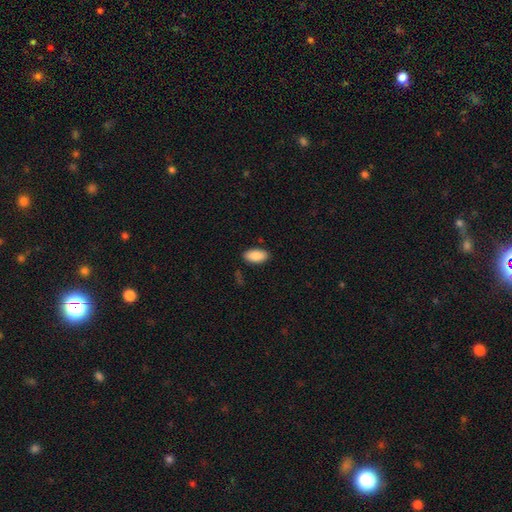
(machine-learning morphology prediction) The model was most divided on "merging": none: 87%, minor disturbance: 9%, major disturbance: 2%, merger: 1%. More confident: how rounded — in between (94%); smooth or featured — smooth (89%).